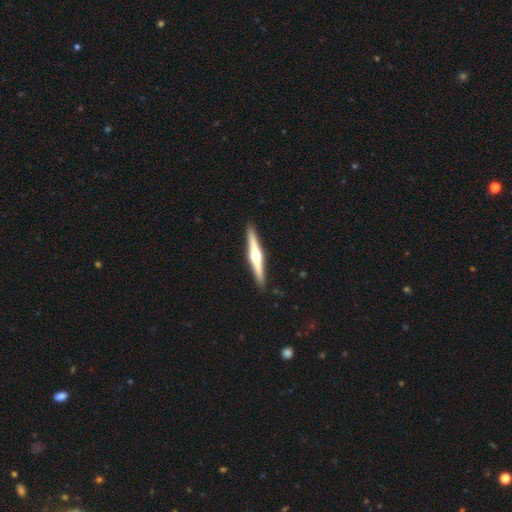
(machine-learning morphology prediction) type=featured or disk (74%); edge-on=yes (98%); edge-on bulge=rounded (94%); merging=none (92%).